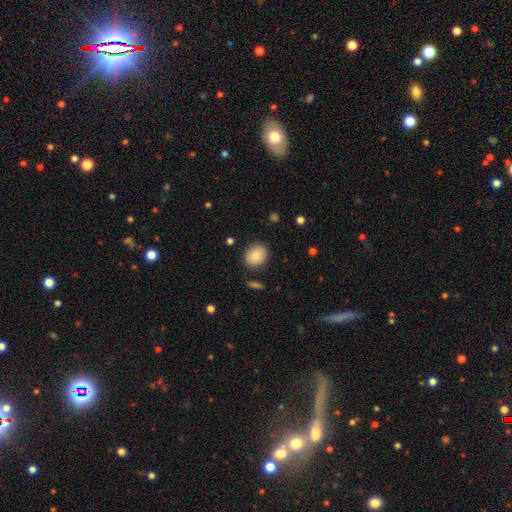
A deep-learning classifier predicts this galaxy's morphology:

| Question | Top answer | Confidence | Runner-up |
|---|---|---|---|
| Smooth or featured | smooth | 83% | featured or disk (9%) |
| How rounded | round | 64% | in between (35%) |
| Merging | none | 86% | minor disturbance (10%) |